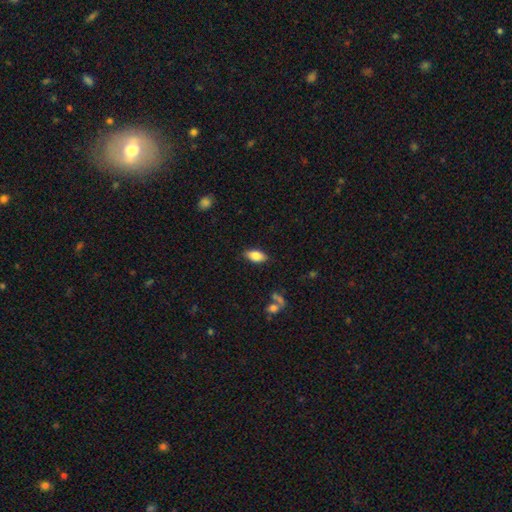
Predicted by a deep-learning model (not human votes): Smooth or featured?
  - smooth: 83% *
  - featured or disk: 10%
  - star or artifact: 7%
How rounded?
  - in between: 90% *
  - cigar-shaped: 7%
  - round: 3%
Merging?
  - none: 84% *
  - minor disturbance: 11%
  - major disturbance: 3%
  - merger: 2%